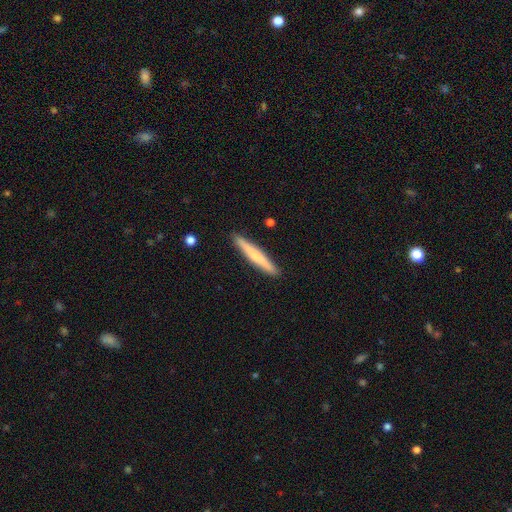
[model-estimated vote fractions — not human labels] Smooth or featured? smooth (62%)
How rounded? cigar-shaped (96%)
Merging? none (91%)